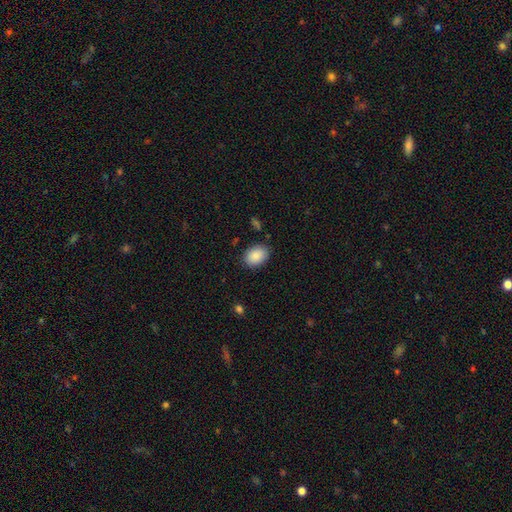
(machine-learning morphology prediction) type=smooth (88%); roundness=in between (78%); merging=none (84%).